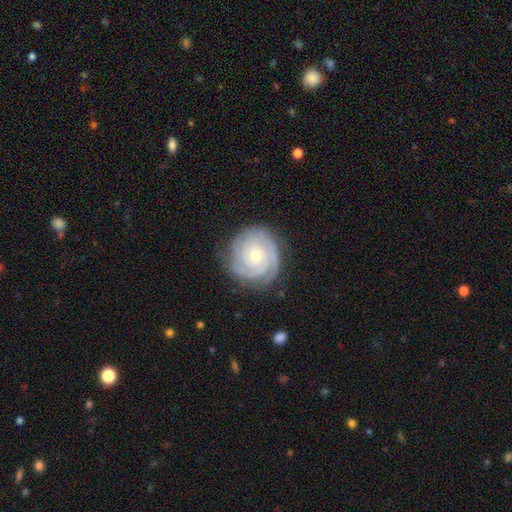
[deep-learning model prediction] This appears to be a featured or disk galaxy (87%) with no bar (75%), 3 (39%) tight (83%) spiral arms (98%) and a small central bulge (53%). Merging: none (80%).